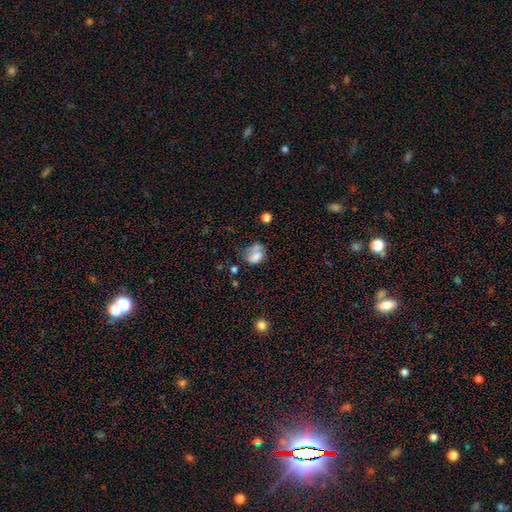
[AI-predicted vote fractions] This appears to be a smooth galaxy with no disk features (68%) that is in between round and cigar-shaped (70%). Merging: merger (28%).